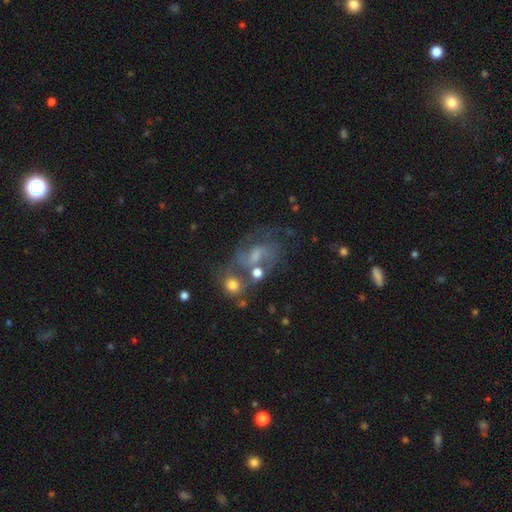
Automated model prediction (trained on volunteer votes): Smooth or featured?
  - featured or disk: 66% *
  - smooth: 19%
  - star or artifact: 15%
Edge-on disk?
  - no: 97% *
  - yes: 3%
Bar?
  - no: 47% *
  - weak: 42%
  - strong: 11%
Spiral arms?
  - yes: 77% *
  - no: 23%
Bulge size?
  - small: 40% *
  - moderate: 34%
  - none: 19%
  - large: 5%
  - dominant: 2%
Merging?
  - none: 41% *
  - merger: 22%
  - major disturbance: 19%
  - minor disturbance: 18%